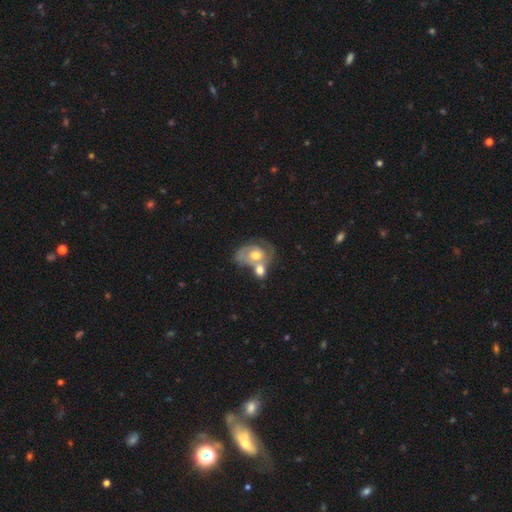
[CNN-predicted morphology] A featured or disk galaxy (64%) with no bar (78%), spiral arms (72%) and a moderate central bulge (67%). Merging: merger (58%).